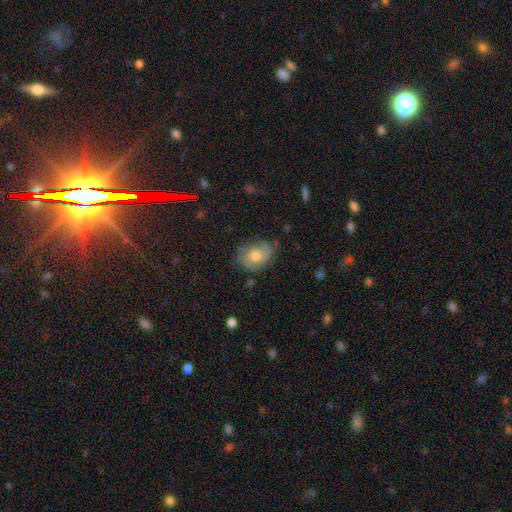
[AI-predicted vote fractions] smooth_or_featured: smooth (p=0.55) [alt: featured or disk p=0.36]
how_rounded: in between (p=0.63) [alt: round p=0.36]
merging: none (p=0.64) [alt: minor disturbance p=0.26]